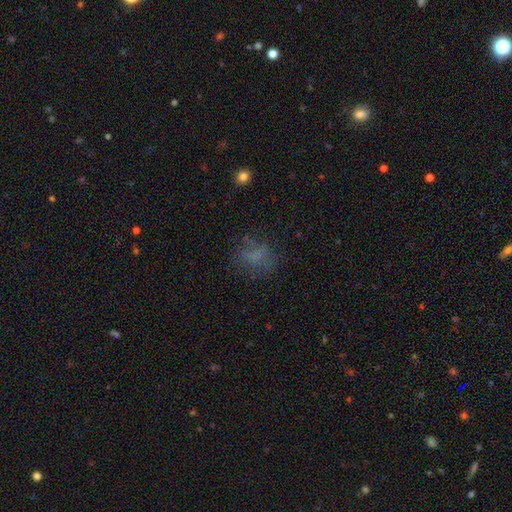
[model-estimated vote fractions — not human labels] Overall: smooth (53%; featured or disk 25%). How rounded: round (50%; in between 47%). Merging: none (59%; major disturbance 20%).